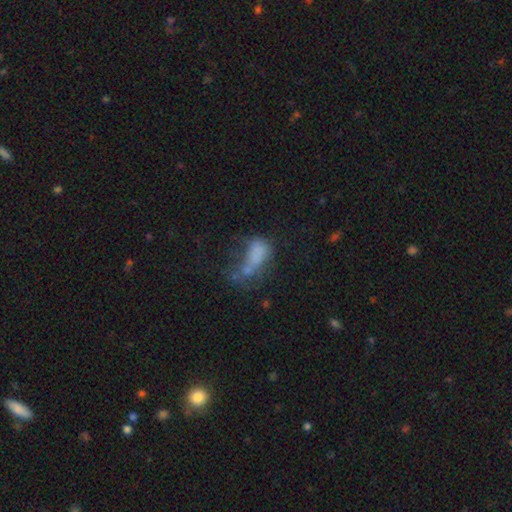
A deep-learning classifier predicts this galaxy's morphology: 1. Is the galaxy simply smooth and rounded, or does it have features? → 59% smooth, 26% featured or disk, 16% star or artifact.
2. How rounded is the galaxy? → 83% in between, 9% round, 8% cigar-shaped.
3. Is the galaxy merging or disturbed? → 40% major disturbance, 22% merger, 21% none, 17% minor disturbance.